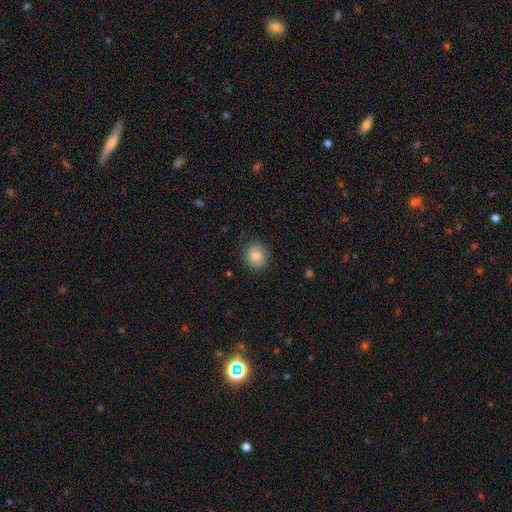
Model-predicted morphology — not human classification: A smooth galaxy with no disk features (80%) that is round (84%). Merging: none (86%).